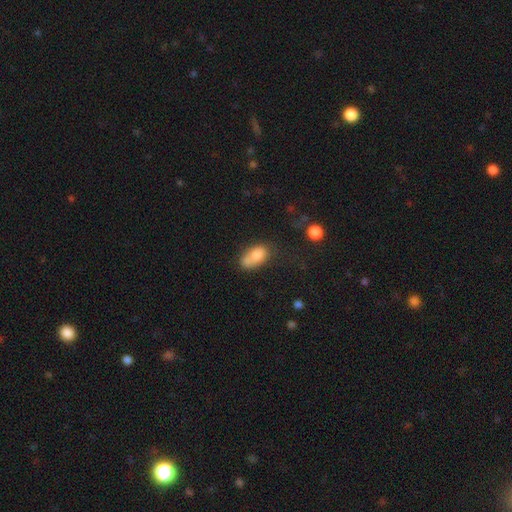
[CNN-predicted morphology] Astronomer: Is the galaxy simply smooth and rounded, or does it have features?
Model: smooth — 77%.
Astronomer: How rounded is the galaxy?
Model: in between — 87%.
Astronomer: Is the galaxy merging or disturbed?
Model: none — 37% (runner-up: merger, 30%).